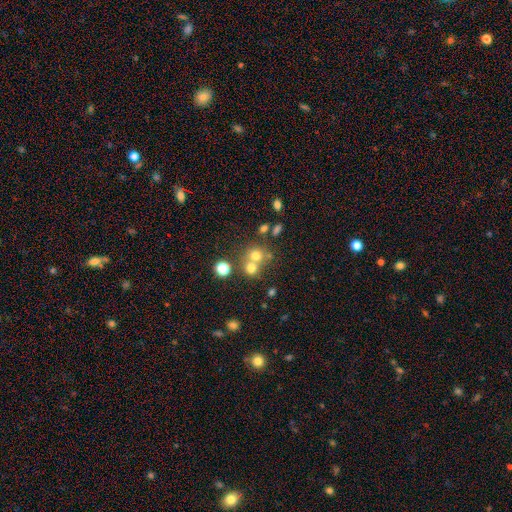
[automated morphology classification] Smooth or featured? Predicted: smooth (p=0.68). How rounded? Predicted: round (p=0.81). Merging? Predicted: none (p=0.45).